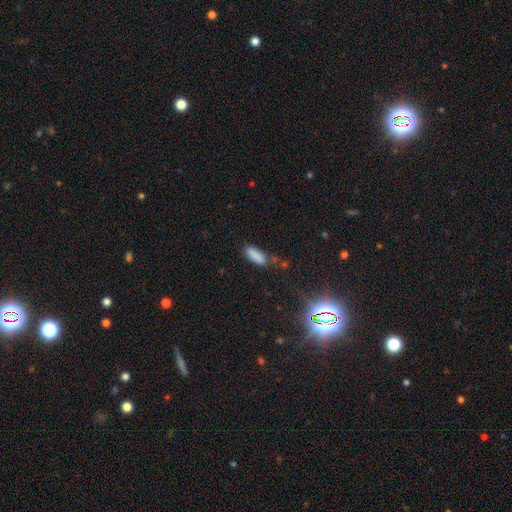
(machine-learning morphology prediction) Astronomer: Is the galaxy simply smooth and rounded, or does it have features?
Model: smooth — 85%.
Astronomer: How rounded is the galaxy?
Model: in between — 61% (runner-up: cigar-shaped, 37%).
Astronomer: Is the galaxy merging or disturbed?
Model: none — 63%.